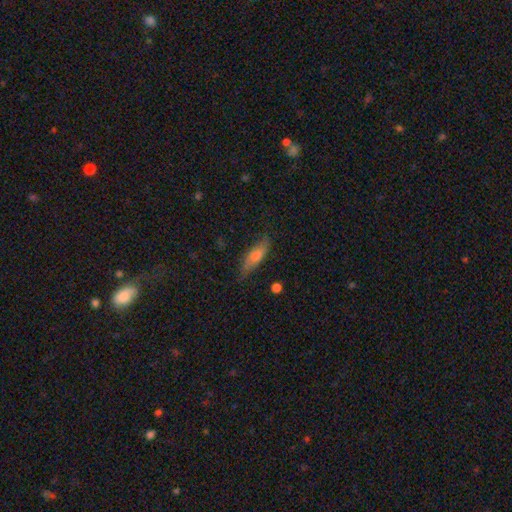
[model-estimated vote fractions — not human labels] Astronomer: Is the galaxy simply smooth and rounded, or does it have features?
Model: smooth — 63%.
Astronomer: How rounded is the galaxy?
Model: cigar-shaped — 54% (runner-up: in between, 43%).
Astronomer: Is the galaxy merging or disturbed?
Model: none — 75%.